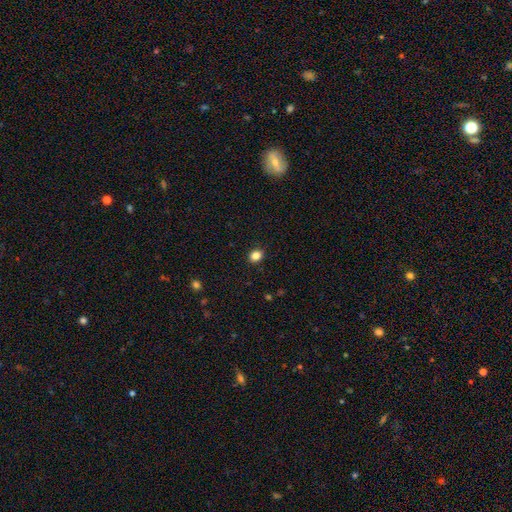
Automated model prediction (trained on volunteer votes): Smooth or featured?
  - smooth: 85% *
  - star or artifact: 11%
  - featured or disk: 4%
How rounded?
  - round: 52% *
  - in between: 47%
  - cigar-shaped: 1%
Merging?
  - none: 89% *
  - minor disturbance: 8%
  - major disturbance: 2%
  - merger: 1%